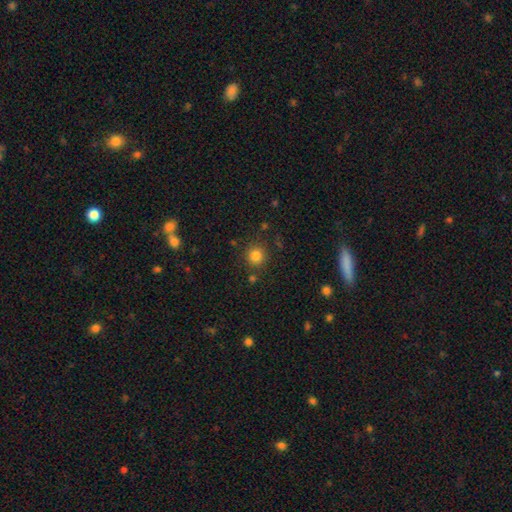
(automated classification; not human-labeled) Smooth or featured: smooth — 82% (star or artifact — 13%)
How rounded: round — 92% (in between — 7%)
Merging: none — 84% (minor disturbance — 8%)